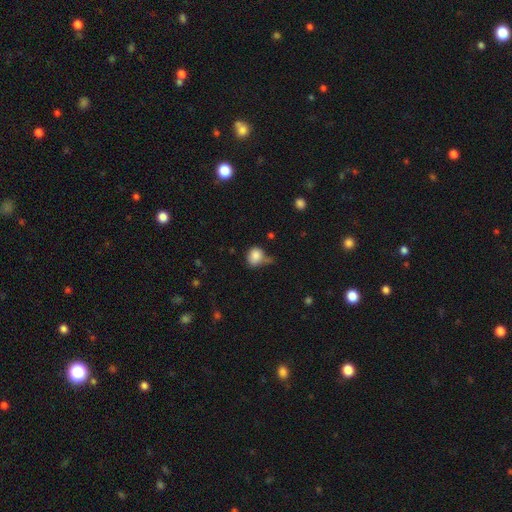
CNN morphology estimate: Smooth or featured: smooth — 84% (star or artifact — 10%)
How rounded: round — 63% (in between — 36%)
Merging: none — 51% (minor disturbance — 28%)